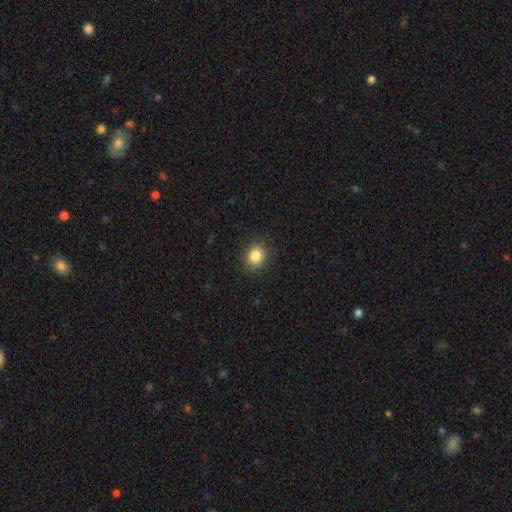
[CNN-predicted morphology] Smooth or featured? Predicted: smooth (p=0.85). How rounded? Predicted: round (p=0.74). Merging? Predicted: none (p=0.90).